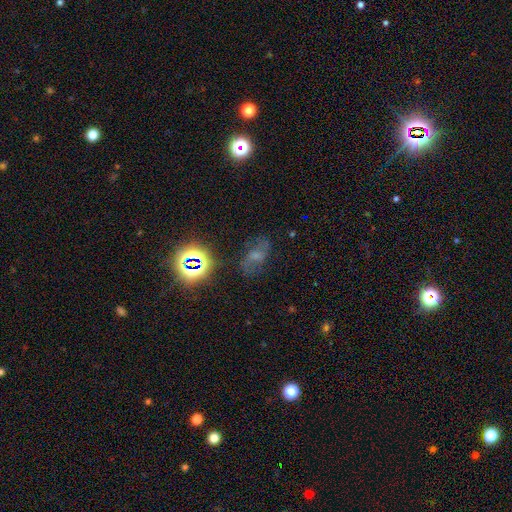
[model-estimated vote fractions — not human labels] This appears to be a featured or disk galaxy (38%). Merging: none (66%).